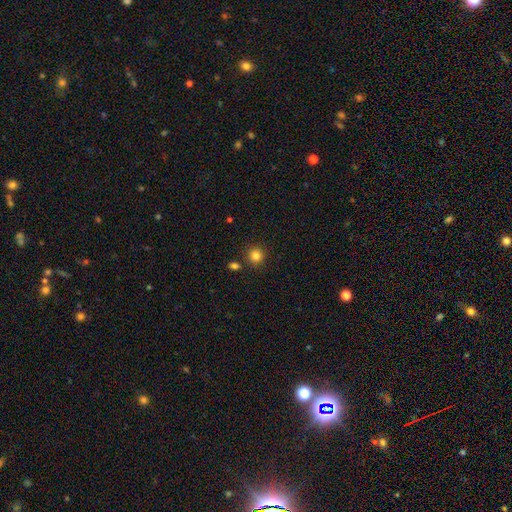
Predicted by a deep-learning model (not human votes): smooth 83%, star or artifact 12%, featured or disk 5%. Down the decision tree: how rounded — round (93%); merging — none (86%).